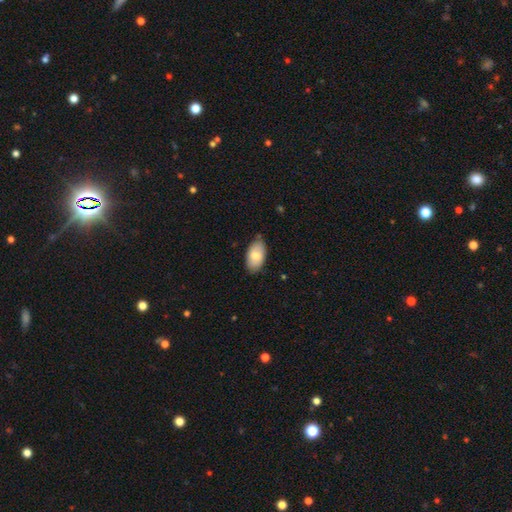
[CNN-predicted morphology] smooth-or-featured: smooth: 78% | featured or disk: 15% | star or artifact: 6%
  how-rounded: in between: 94% | round: 4% | cigar-shaped: 2%
  merging: none: 78% | minor disturbance: 19% | major disturbance: 2% | merger: 1%